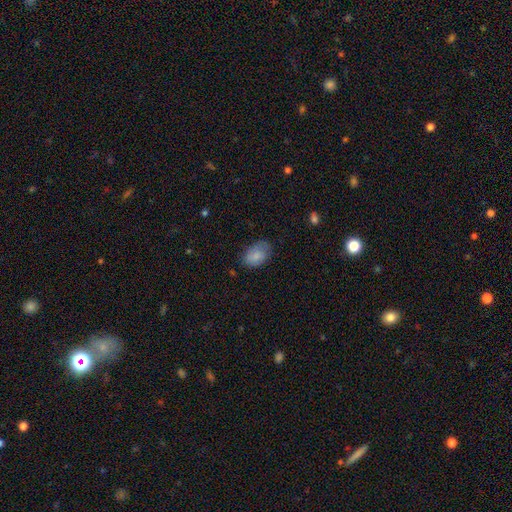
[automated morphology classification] smooth-or-featured: smooth: 83% | featured or disk: 10% | star or artifact: 7%
  how-rounded: in between: 88% | round: 11% | cigar-shaped: 1%
  merging: none: 68% | minor disturbance: 24% | major disturbance: 6% | merger: 1%